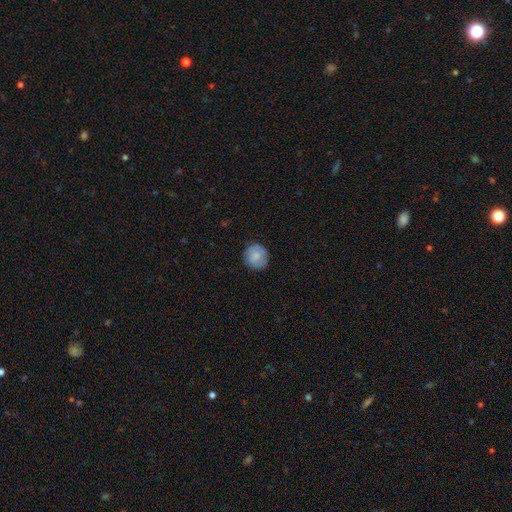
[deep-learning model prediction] This appears to be a smooth galaxy with no disk features (78%) that is round (87%). Merging: none (81%).